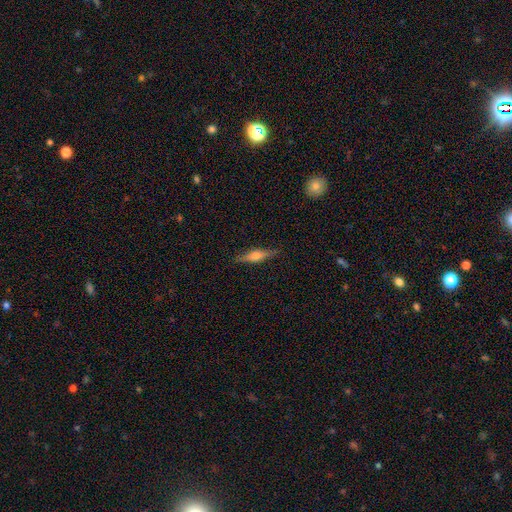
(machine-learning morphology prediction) smooth-or-featured: featured or disk: 54% | smooth: 39% | star or artifact: 7%
  disk-edge-on: yes: 95% | no: 5%
    edge-on-bulge: rounded: 85% | boxy: 10% | none: 5%
  merging: none: 88% | minor disturbance: 9% | major disturbance: 2% | merger: 1%